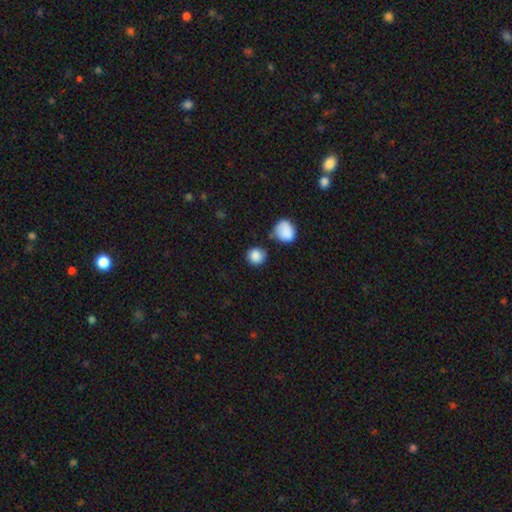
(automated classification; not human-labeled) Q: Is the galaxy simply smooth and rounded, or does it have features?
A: smooth — 87%.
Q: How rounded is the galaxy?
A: round — 87%.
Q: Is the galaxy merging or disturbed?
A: none — 74%.